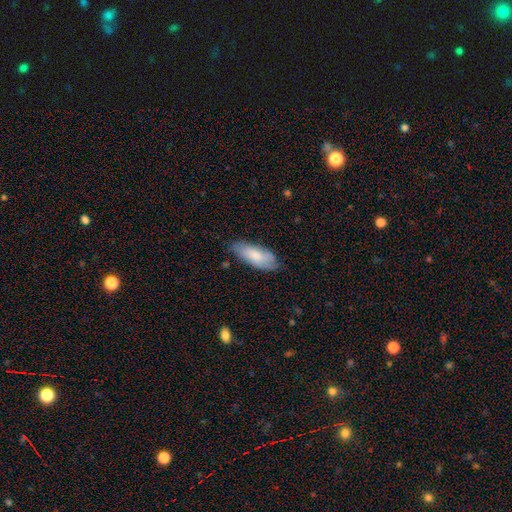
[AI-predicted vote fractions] Smooth or featured: smooth — 75% (featured or disk — 19%)
How rounded: in between — 79% (cigar-shaped — 19%)
Merging: none — 72% (minor disturbance — 23%)